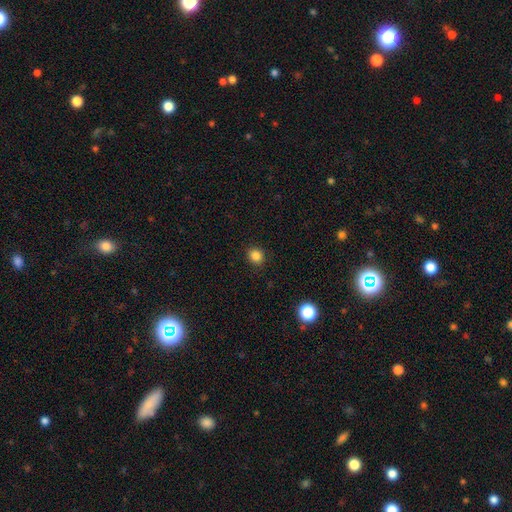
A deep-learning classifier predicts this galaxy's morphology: A smooth galaxy with no disk features (85%) that is round (77%). Merging: none (89%).